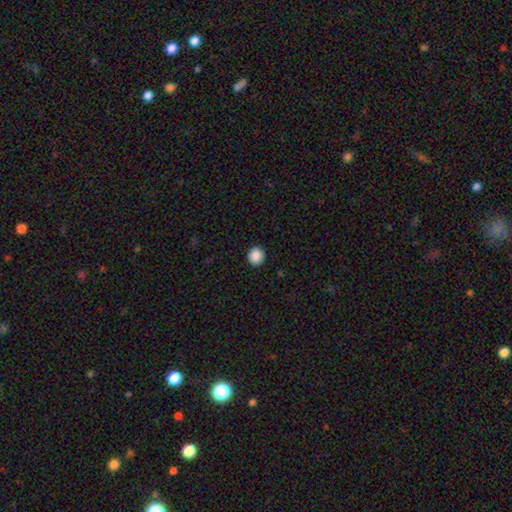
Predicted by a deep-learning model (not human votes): The model was most divided on "how rounded": round: 86%, in between: 13%, cigar-shaped: 1%. More confident: merging — none (93%); smooth or featured — smooth (89%).